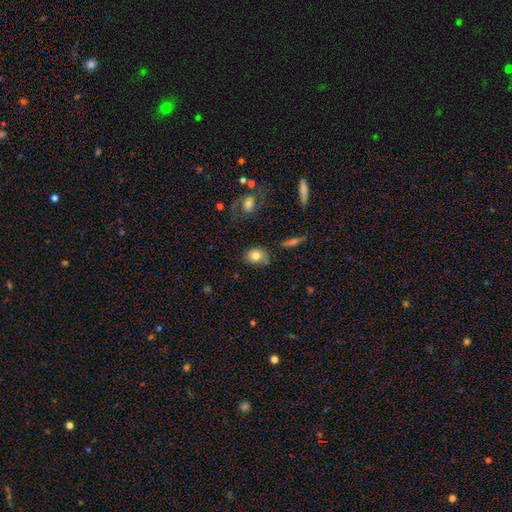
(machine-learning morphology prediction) Q: Smooth or featured?
A: smooth (79%); runner-up: featured or disk (12%)
Q: How rounded?
A: in between (57%); runner-up: round (42%)
Q: Merging?
A: none (65%); runner-up: minor disturbance (23%)